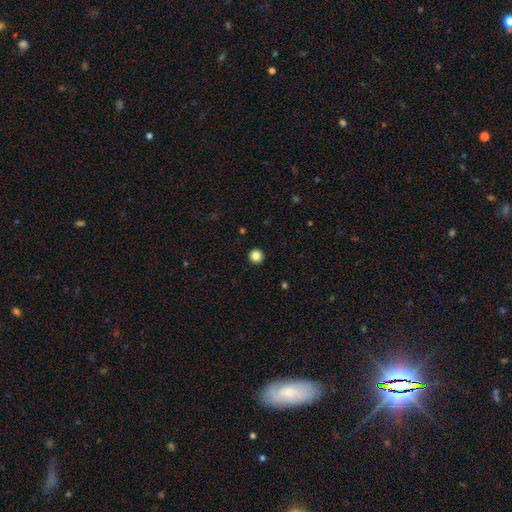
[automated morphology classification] This appears to be a smooth galaxy with no disk features (85%) that is round (96%). Merging: none (94%).